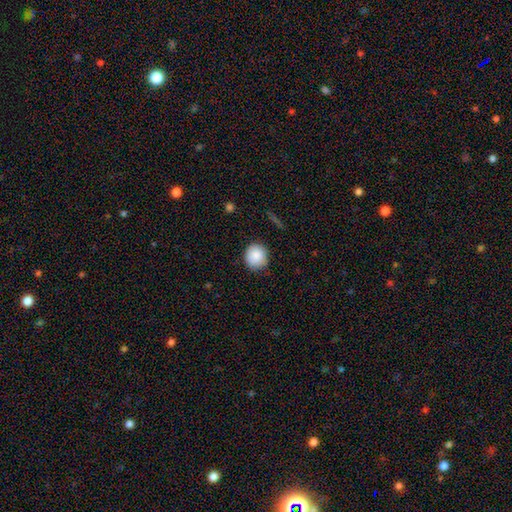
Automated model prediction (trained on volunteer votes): The model was most divided on "merging": none: 84%, minor disturbance: 13%, major disturbance: 3%, merger: 1%. More confident: how rounded — round (88%); smooth or featured — smooth (88%).